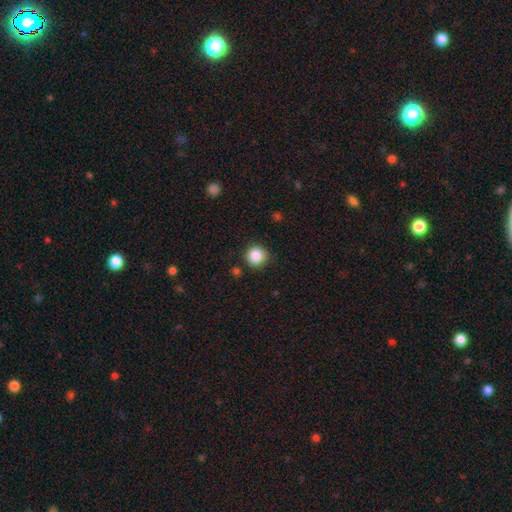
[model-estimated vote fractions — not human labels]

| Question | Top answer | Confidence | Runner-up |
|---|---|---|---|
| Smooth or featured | smooth | 86% | star or artifact (10%) |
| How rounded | round | 93% | in between (6%) |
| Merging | none | 86% | minor disturbance (10%) |